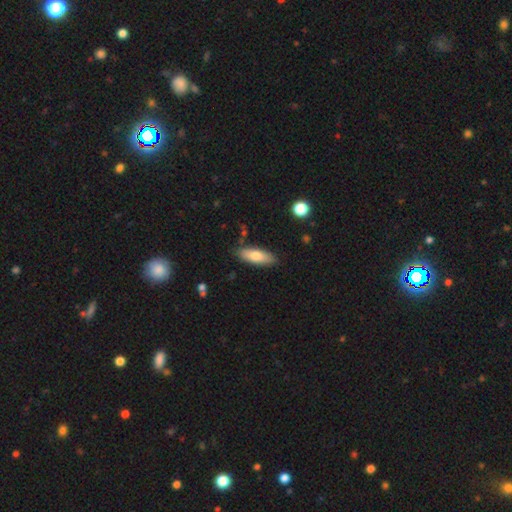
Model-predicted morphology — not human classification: smooth_or_featured: smooth (p=0.74) [alt: featured or disk p=0.20]
how_rounded: in between (p=0.60) [alt: cigar-shaped p=0.38]
merging: none (p=0.85) [alt: minor disturbance p=0.11]